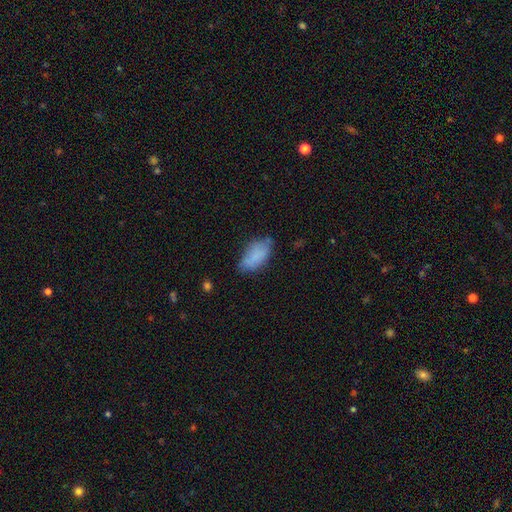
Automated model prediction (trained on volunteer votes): smooth_or_featured: smooth (p=0.79) [alt: featured or disk p=0.13]
how_rounded: in between (p=0.92) [alt: cigar-shaped p=0.05]
merging: none (p=0.58) [alt: minor disturbance p=0.31]